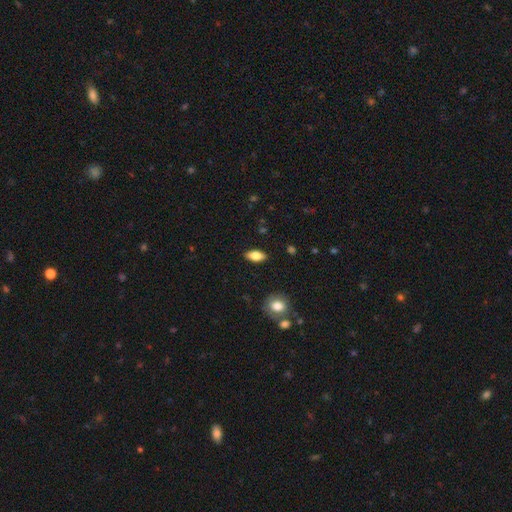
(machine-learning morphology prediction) Smooth or featured? smooth (75%)
How rounded? in between (86%)
Merging? none (88%)